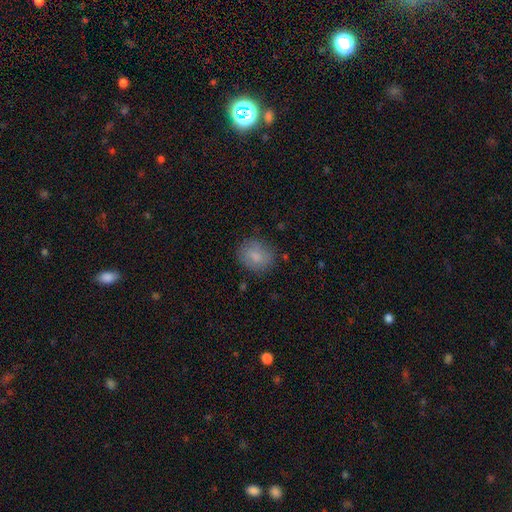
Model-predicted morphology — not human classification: The model was most divided on "how rounded": round: 61%, in between: 37%, cigar-shaped: 1%. More confident: merging — none (80%); smooth or featured — smooth (78%).